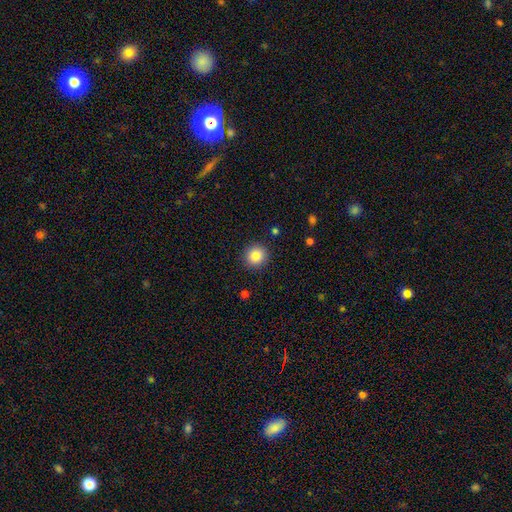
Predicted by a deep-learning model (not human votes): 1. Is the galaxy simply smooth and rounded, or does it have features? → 85% smooth, 10% star or artifact, 6% featured or disk.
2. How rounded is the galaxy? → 91% round, 8% in between, 1% cigar-shaped.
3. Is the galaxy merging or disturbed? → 90% none, 6% minor disturbance, 2% major disturbance, 1% merger.